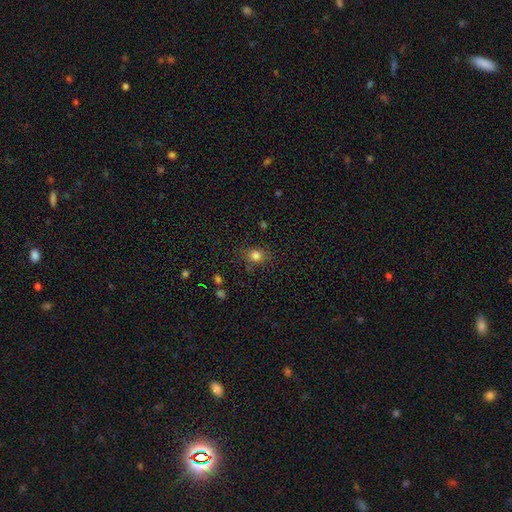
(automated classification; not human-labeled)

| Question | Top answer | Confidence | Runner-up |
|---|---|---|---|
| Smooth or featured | smooth | 81% | star or artifact (13%) |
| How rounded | round | 71% | in between (28%) |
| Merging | none | 80% | minor disturbance (13%) |